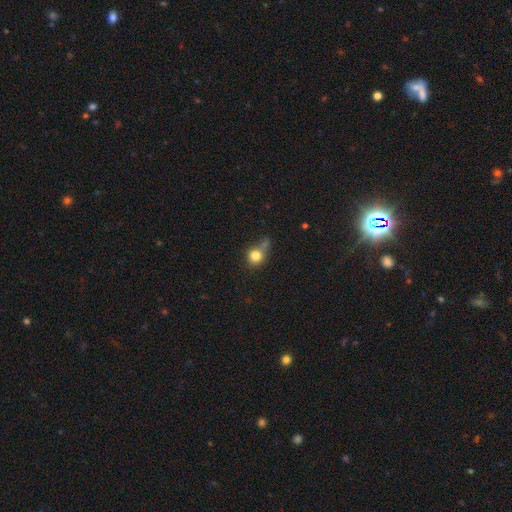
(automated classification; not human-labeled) This is likely a smooth galaxy (80%). How rounded: clearly round (82%). Merging: marginally none (42%).